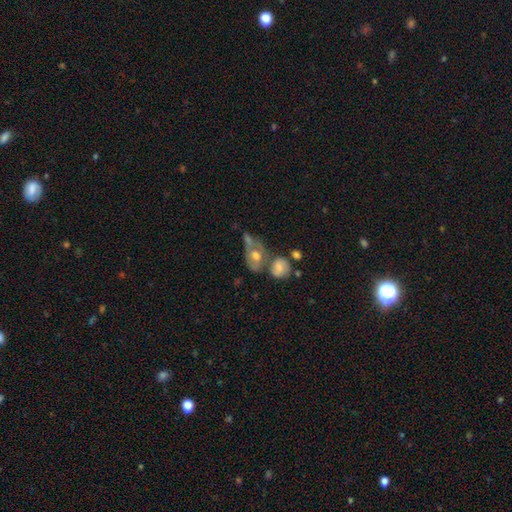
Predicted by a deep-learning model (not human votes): Q: Smooth or featured?
A: featured or disk (49%); runner-up: smooth (34%)
Q: Merging?
A: merger (41%); runner-up: none (32%)